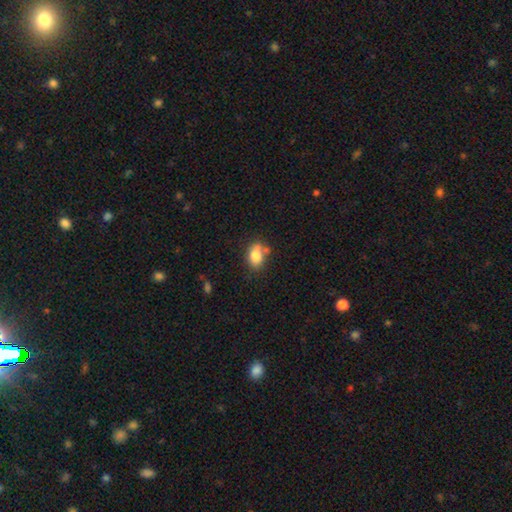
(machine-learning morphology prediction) The model was most divided on "merging": none: 55%, minor disturbance: 21%, merger: 18%, major disturbance: 6%. More confident: smooth or featured — smooth (81%); how rounded — in between (78%).